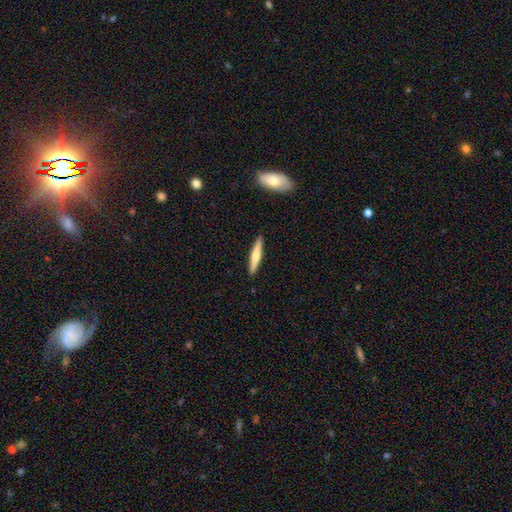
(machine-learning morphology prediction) smooth-or-featured: smooth: 57% | featured or disk: 38% | star or artifact: 5%
  how-rounded: cigar-shaped: 91% | in between: 7% | round: 1%
  merging: none: 91% | minor disturbance: 6% | major disturbance: 1% | merger: 1%